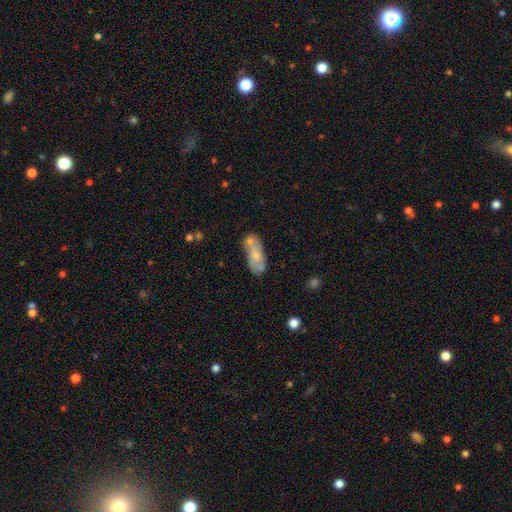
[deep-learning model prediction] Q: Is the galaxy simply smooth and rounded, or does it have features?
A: smooth — 60%.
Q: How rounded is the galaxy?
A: in between — 79%.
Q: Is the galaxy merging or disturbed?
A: none — 42%.